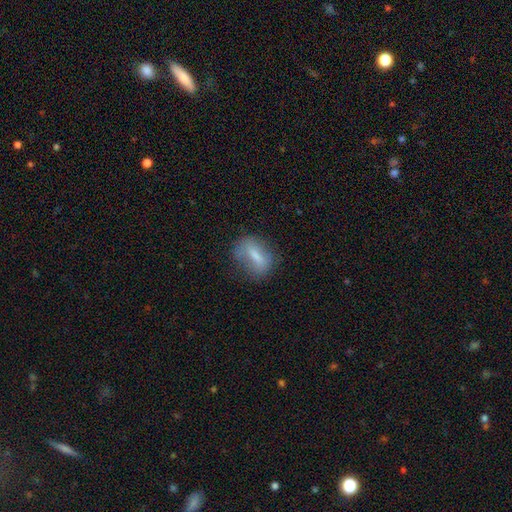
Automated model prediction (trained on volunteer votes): Smooth or featured? Predicted: smooth (p=0.63). How rounded? Predicted: in between (p=0.66). Merging? Predicted: none (p=0.61).